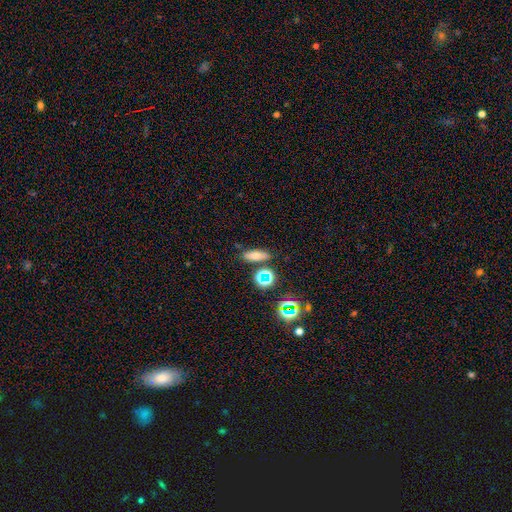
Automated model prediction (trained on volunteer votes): This is likely a smooth galaxy (65%). How rounded: possibly in between (58%). Merging: likely none (78%).